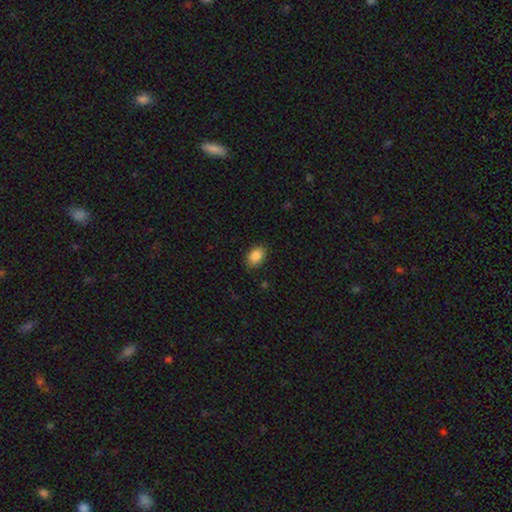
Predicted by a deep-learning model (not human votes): smooth-or-featured: smooth: 88% | star or artifact: 8% | featured or disk: 4%
  how-rounded: in between: 84% | round: 15% | cigar-shaped: 1%
  merging: none: 87% | minor disturbance: 10% | major disturbance: 2% | merger: 1%